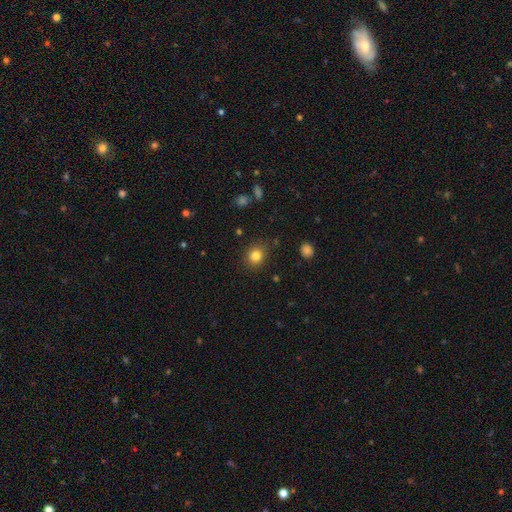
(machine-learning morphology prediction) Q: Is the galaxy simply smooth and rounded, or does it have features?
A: smooth — 82%.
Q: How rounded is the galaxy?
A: round — 75%.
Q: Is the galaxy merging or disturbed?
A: none — 85%.